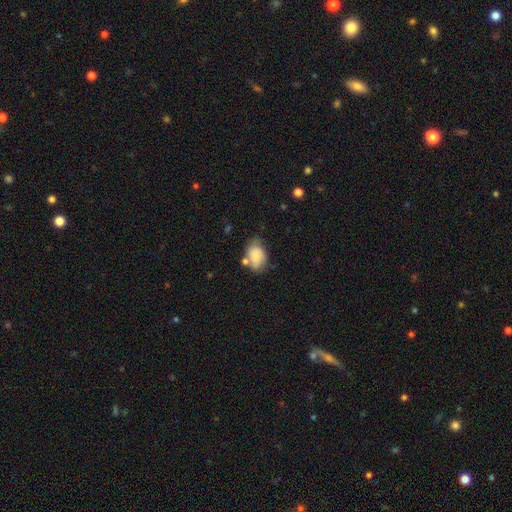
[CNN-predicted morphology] smooth 72%, featured or disk 19%, star or artifact 9%. Down the decision tree: how rounded — in between (78%); merging — none (47%).